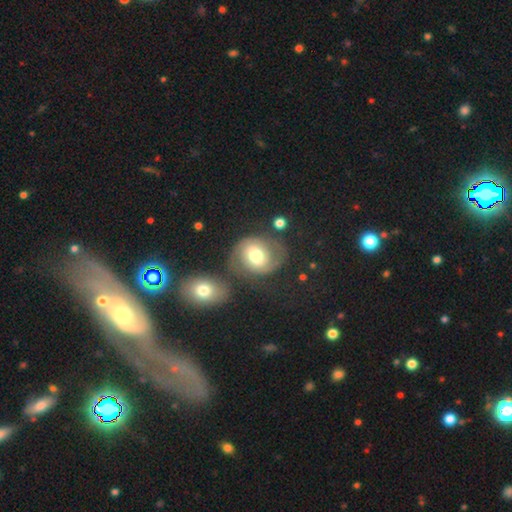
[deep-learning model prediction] Smooth or featured? featured or disk (66%)
Edge-on disk? no (98%)
Bar? no (54%)
Spiral arms? yes (84%)
Spiral winding? medium (46%)
Spiral arm count? 2 (88%)
Bulge size? moderate (66%)
Merging? none (61%)